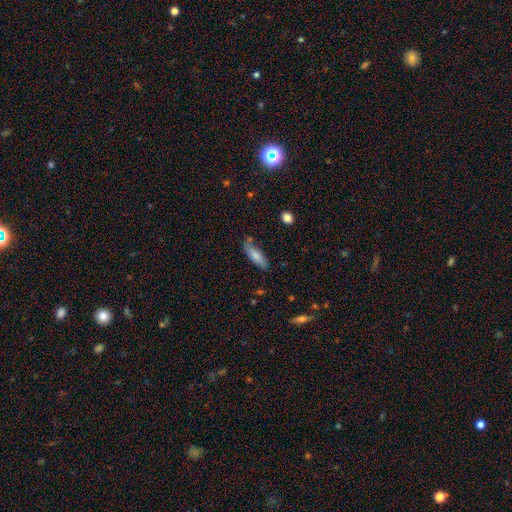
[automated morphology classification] type=smooth (77%); roundness=in between (55%); merging=none (69%).